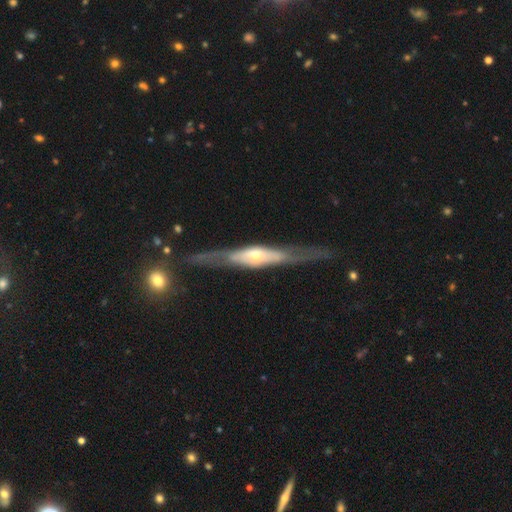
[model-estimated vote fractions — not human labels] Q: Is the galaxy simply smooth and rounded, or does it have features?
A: featured or disk — 78%.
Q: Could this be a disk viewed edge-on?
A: yes — 80%.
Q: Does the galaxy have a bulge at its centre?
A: rounded — 74%.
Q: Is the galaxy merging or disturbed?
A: none — 68%.